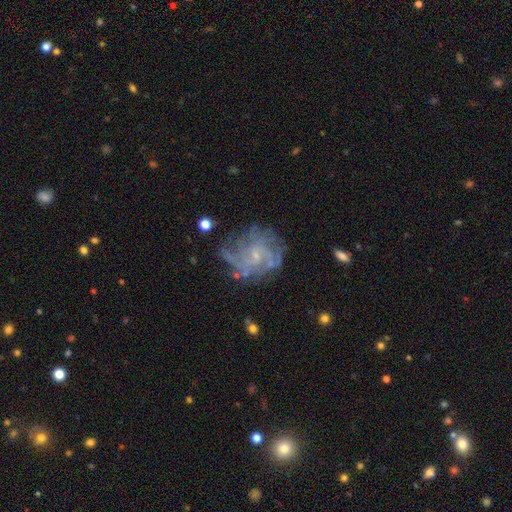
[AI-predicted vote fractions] The model was most divided on "spiral winding": tight: 43%, medium: 38%, loose: 19%. Remaining: edge-on disk — no (98%); spiral arms — yes (81%); smooth or featured — featured or disk (75%); bulge size — small (73%); bar — no (64%); merging — none (61%); spiral arm count — can't tell (47%).